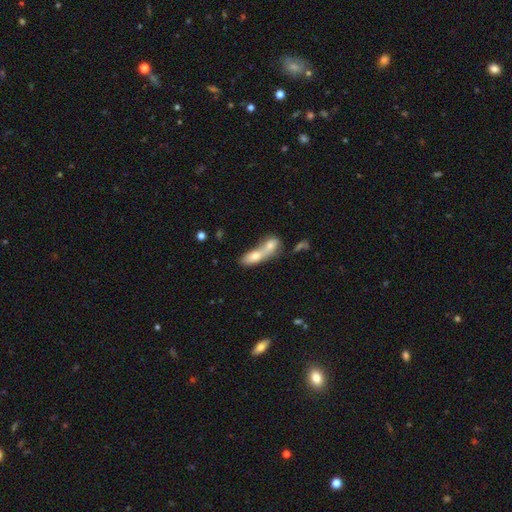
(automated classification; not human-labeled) Overall: smooth (66%). How rounded: in between (62%; cigar-shaped 27%). Merging: merger (77%).